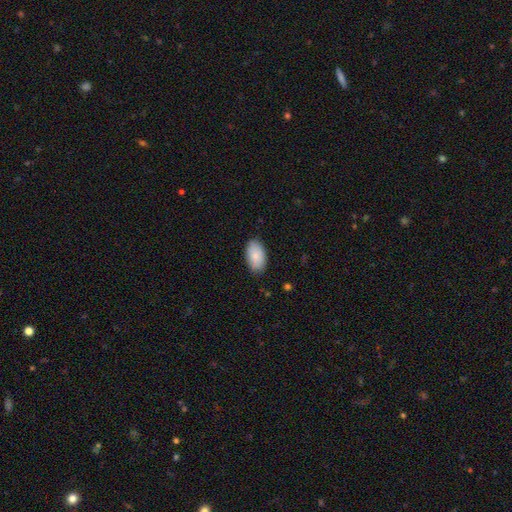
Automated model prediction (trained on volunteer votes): A smooth galaxy with no disk features (83%) that is in between round and cigar-shaped (94%). Merging: none (83%).